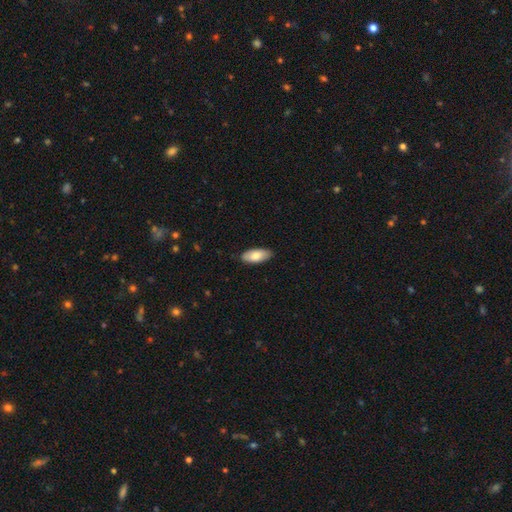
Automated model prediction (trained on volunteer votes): A smooth galaxy with no disk features (80%) that is in between round and cigar-shaped (89%). Merging: none (87%).